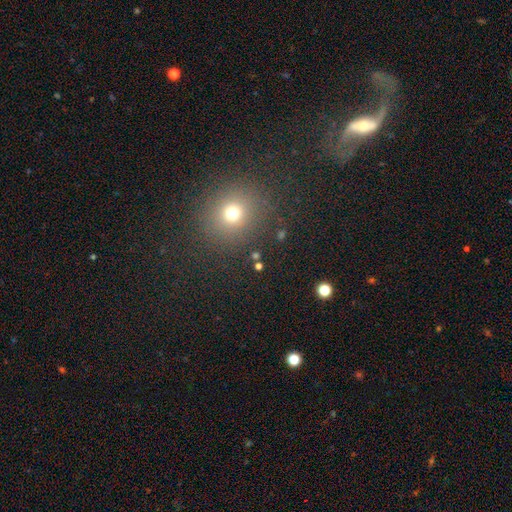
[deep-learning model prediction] This appears to be a smooth galaxy with no disk features (61%) that is round (86%). Merging: none (87%).